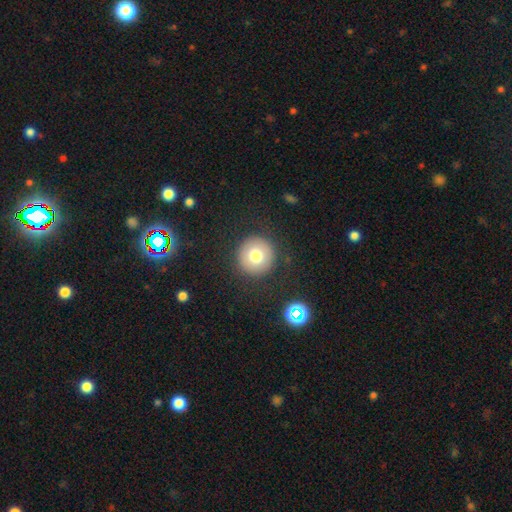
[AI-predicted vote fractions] Smooth or featured?
  - smooth: 74% *
  - featured or disk: 15%
  - star or artifact: 11%
How rounded?
  - round: 96% *
  - in between: 3%
  - cigar-shaped: 1%
Merging?
  - none: 89% *
  - minor disturbance: 7%
  - major disturbance: 3%
  - merger: 1%